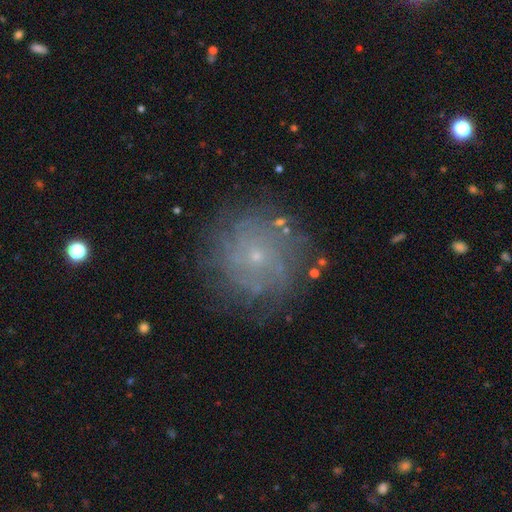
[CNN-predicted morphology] smooth-or-featured: featured or disk: 60% | smooth: 26% | star or artifact: 14%
  disk-edge-on: no: 97% | yes: 3%
    bar: no: 87% | weak: 11% | strong: 2%
    has-spiral-arms: yes: 73% | no: 27%
    bulge-size: small: 85% | moderate: 10% | none: 2% | large: 1% | dominant: 1%
  merging: none: 77% | minor disturbance: 14% | major disturbance: 7% | merger: 2%